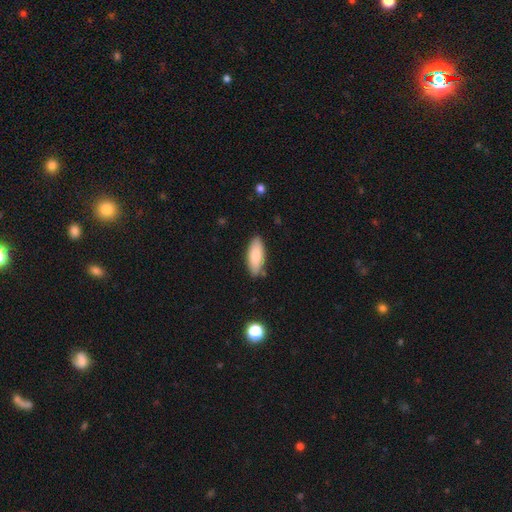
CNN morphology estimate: Smooth or featured? smooth (83%)
How rounded? in between (78%)
Merging? none (83%)